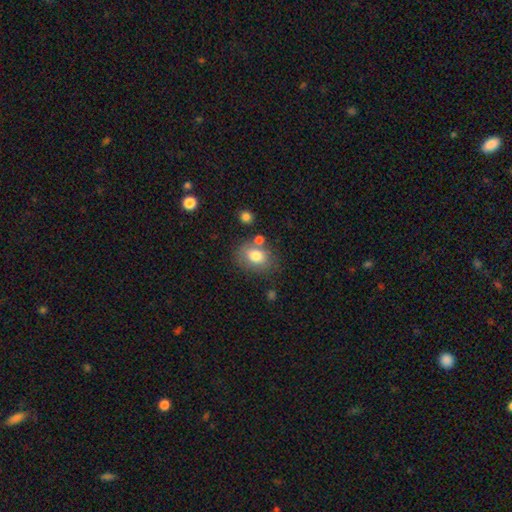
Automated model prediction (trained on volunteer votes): Smooth or featured? Predicted: smooth (p=0.77). How rounded? Predicted: in between (p=0.63). Merging? Predicted: none (p=0.63).